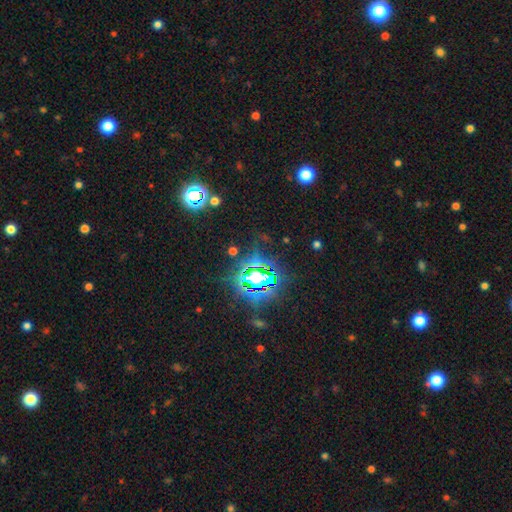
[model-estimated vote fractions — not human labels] smooth_or_featured: star or artifact (p=0.80) [alt: smooth p=0.11]